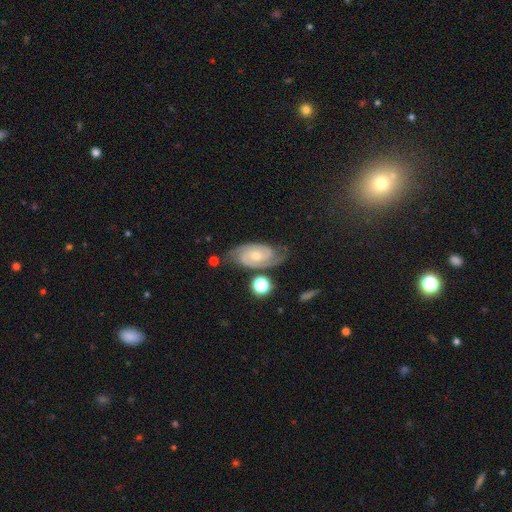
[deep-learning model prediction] Smooth or featured? Predicted: featured or disk (p=0.86). Edge-on disk? Predicted: no (p=0.96). Bar? Predicted: no (p=0.59). Spiral arms? Predicted: yes (p=0.98). Spiral winding? Predicted: tight (p=0.63). Spiral arm count? Predicted: 2 (p=0.87). Bulge size? Predicted: small (p=0.50). Merging? Predicted: none (p=0.74).